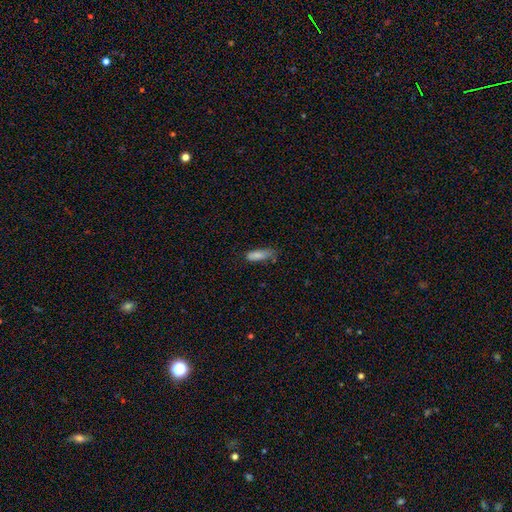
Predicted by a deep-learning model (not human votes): smooth-or-featured: smooth: 80% | featured or disk: 11% | star or artifact: 9%
  how-rounded: cigar-shaped: 49% (tied) | in between: 49% (tied) | round: 2%
  merging: none: 60% | minor disturbance: 29% | major disturbance: 8% | merger: 3%